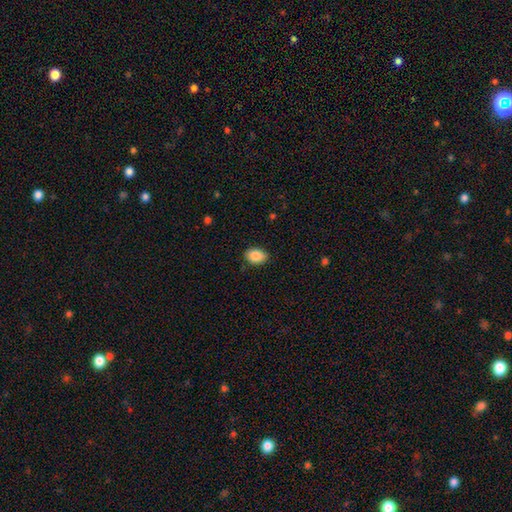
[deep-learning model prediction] smooth_or_featured: smooth (p=0.88) [alt: star or artifact p=0.07]
how_rounded: in between (p=0.81) [alt: round p=0.18]
merging: none (p=0.85) [alt: minor disturbance p=0.12]